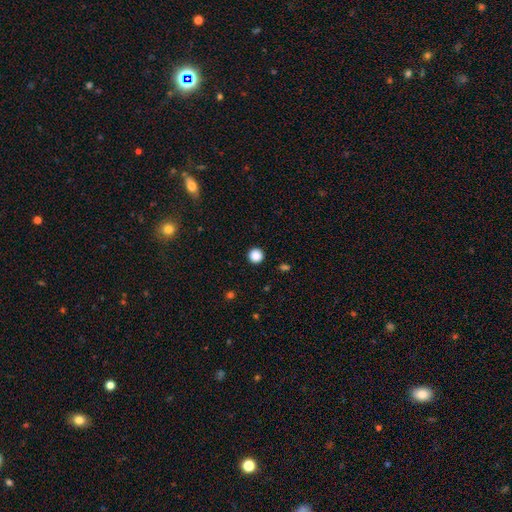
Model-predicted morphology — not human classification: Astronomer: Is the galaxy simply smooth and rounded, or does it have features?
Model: smooth — 88%.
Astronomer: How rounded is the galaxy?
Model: round — 96%.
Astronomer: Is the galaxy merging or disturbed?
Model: none — 93%.